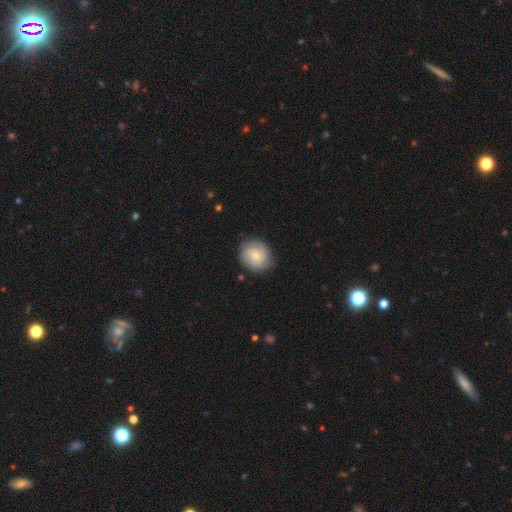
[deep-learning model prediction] Morphology: type=featured or disk (48%); merging=none (82%).